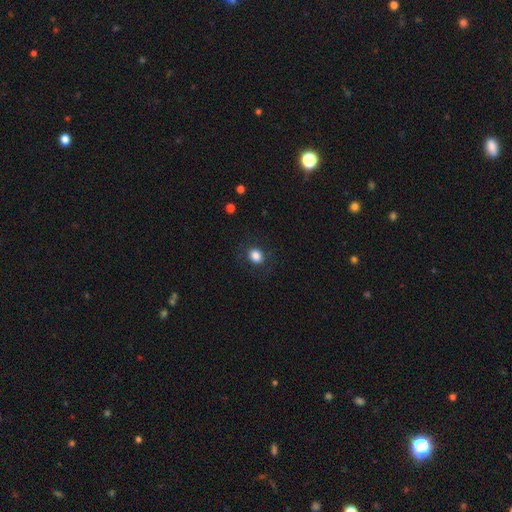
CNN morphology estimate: Smooth or featured? Predicted: smooth (p=0.84). How rounded? Predicted: round (p=0.66). Merging? Predicted: none (p=0.84).